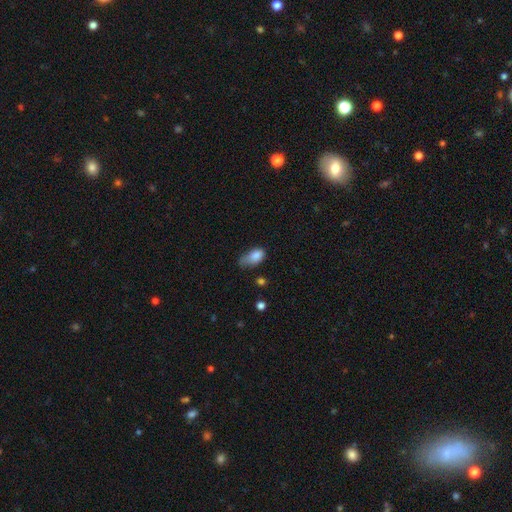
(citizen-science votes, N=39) Smooth or featured? smooth (82%)
How rounded? in between (91%)
Merging? minor disturbance (54%)